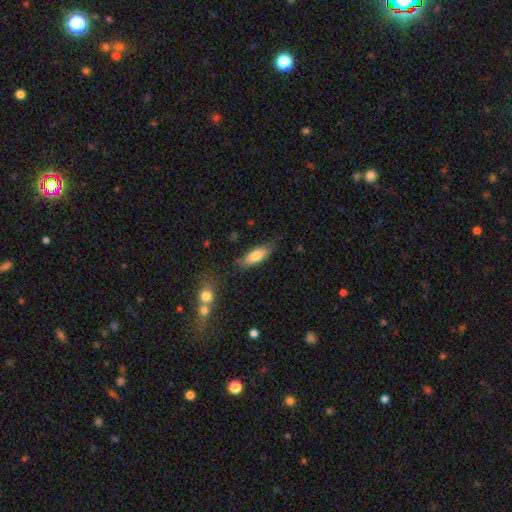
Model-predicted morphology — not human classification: Smooth or featured? smooth (75%)
How rounded? in between (62%)
Merging? none (73%)